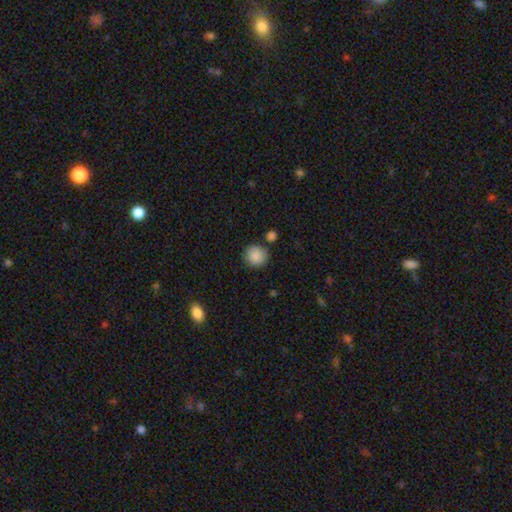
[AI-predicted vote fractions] This appears to be a smooth galaxy with no disk features (88%) that is round (93%). Merging: none (82%).